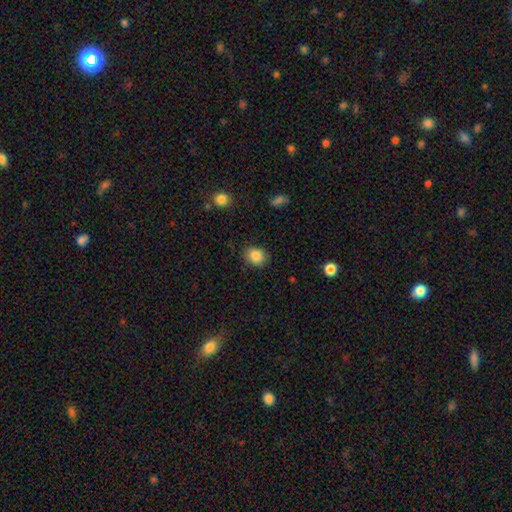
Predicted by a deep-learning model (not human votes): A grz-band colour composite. It shows a smooth galaxy with no disk features (86%) that is round (52%). Merging: none (85%).